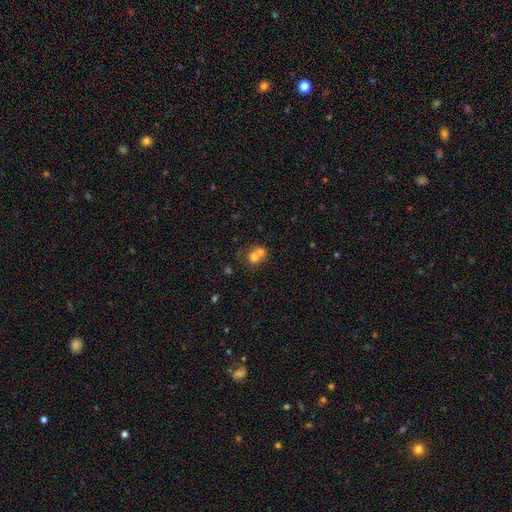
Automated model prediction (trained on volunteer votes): smooth_or_featured: smooth (p=0.68) [alt: featured or disk p=0.20]
how_rounded: round (p=0.76) [alt: in between p=0.23]
merging: merger (p=0.64) [alt: none p=0.28]